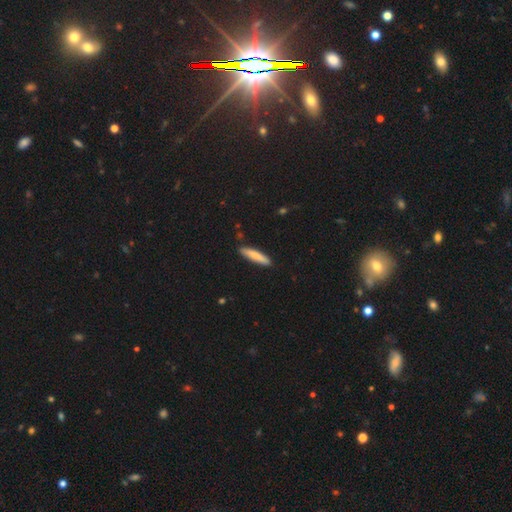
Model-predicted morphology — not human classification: Overall: smooth (76%). How rounded: cigar-shaped (87%). Merging: none (88%).